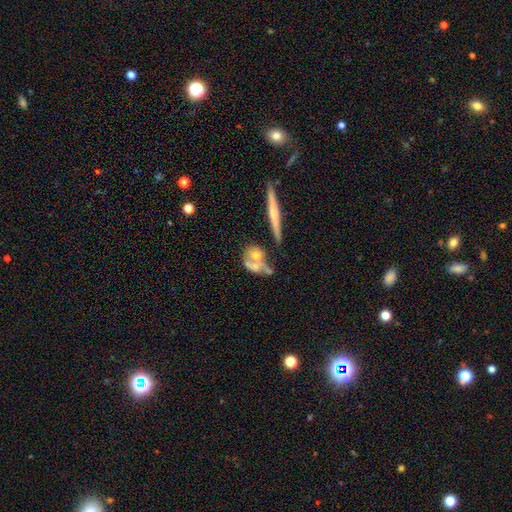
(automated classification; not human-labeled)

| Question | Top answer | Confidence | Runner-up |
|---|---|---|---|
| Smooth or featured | featured or disk | 46% | smooth (45%) |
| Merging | none | 40% | merger (38%) |